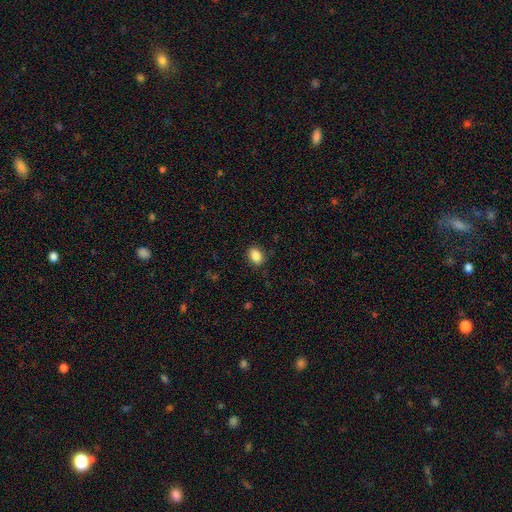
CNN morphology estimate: smooth 88%, star or artifact 8%, featured or disk 4%. Down the decision tree: how rounded — in between (78%); merging — none (86%).